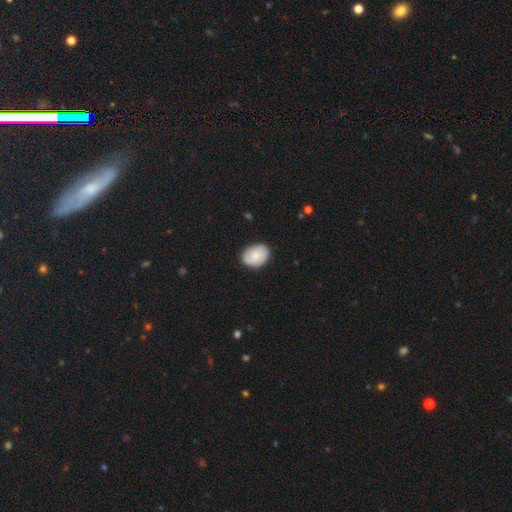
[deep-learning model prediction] Morphology: type=smooth (74%); roundness=in between (65%); merging=none (83%).